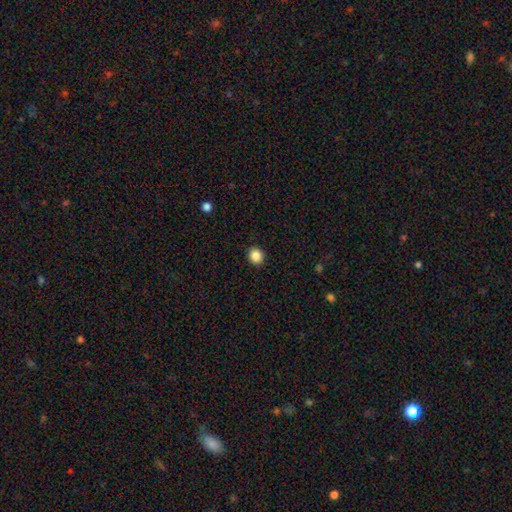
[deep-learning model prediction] smooth 87%, star or artifact 10%, featured or disk 3%. Down the decision tree: how rounded — round (89%); merging — none (92%).